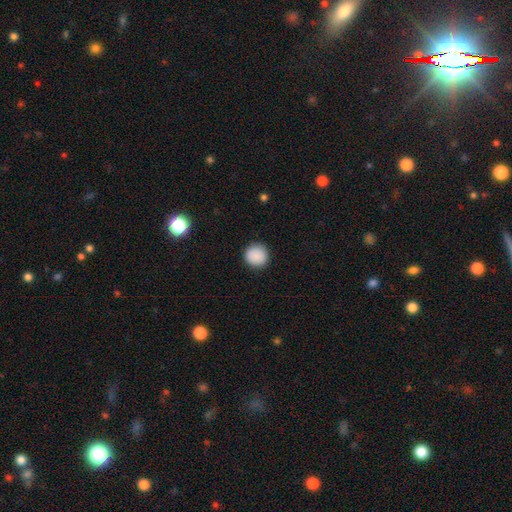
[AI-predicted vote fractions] smooth 89%, star or artifact 8%, featured or disk 3%. Down the decision tree: how rounded — round (94%); merging — none (92%).